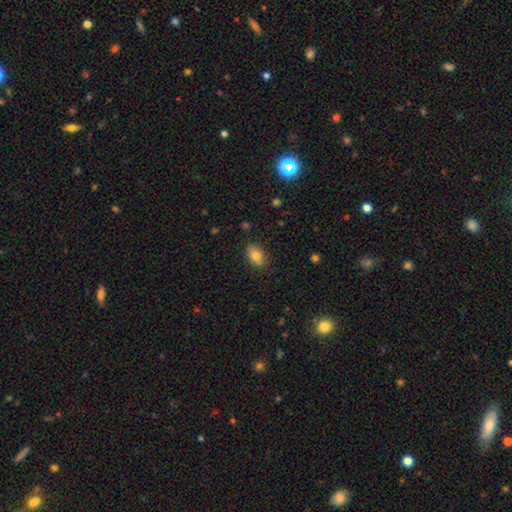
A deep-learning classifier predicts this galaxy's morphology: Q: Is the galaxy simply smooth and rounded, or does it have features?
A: smooth — 80%.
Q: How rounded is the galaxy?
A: in between — 89%.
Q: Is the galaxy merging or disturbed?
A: none — 84%.